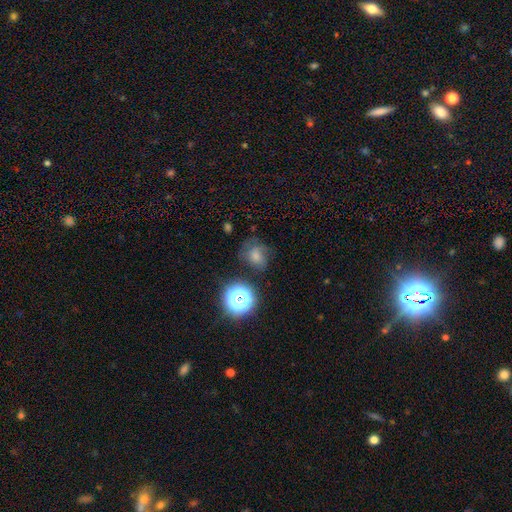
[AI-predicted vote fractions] smooth_or_featured: smooth (p=0.38) [alt: star or artifact p=0.33]
merging: none (p=0.68) [alt: minor disturbance p=0.18]